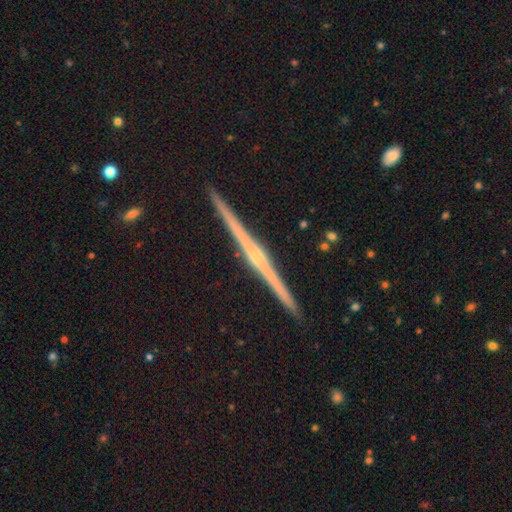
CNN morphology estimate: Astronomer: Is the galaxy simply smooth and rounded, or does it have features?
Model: featured or disk — 84%.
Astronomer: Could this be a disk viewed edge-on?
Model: yes — 99%.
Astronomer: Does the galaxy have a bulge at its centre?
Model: rounded — 68%.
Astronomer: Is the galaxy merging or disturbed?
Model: none — 93%.